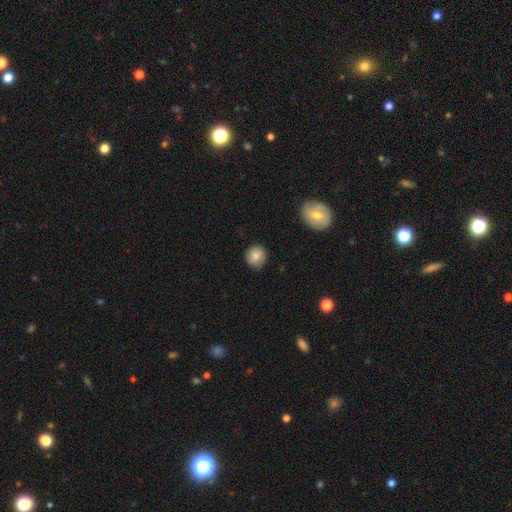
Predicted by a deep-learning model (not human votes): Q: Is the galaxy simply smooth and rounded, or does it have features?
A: smooth — 82%.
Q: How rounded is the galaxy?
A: round — 88%.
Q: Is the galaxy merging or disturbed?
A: none — 86%.